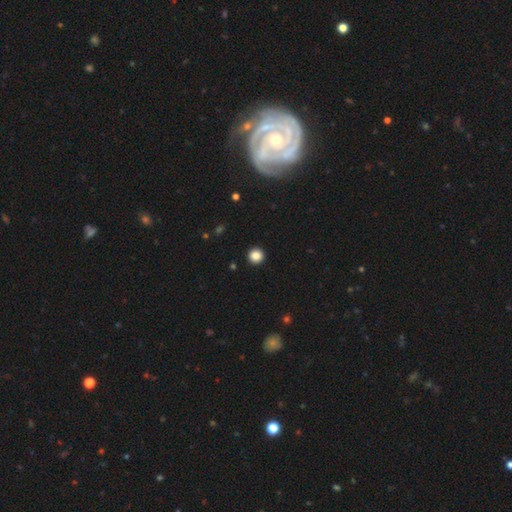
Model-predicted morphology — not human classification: This appears to be a smooth galaxy with no disk features (86%) that is round (95%). Merging: none (94%).